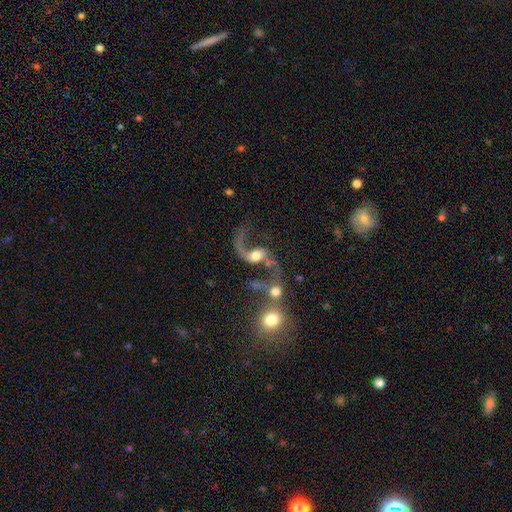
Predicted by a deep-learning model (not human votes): featured or disk 84%, smooth 9%, star or artifact 7%. Down the decision tree: edge-on disk — no (97%); bar — no (53%); spiral arms — yes (93%); spiral arm count — 2 (87%); spiral winding — loose (85%); bulge size — moderate (58%); merging — merger (39%).